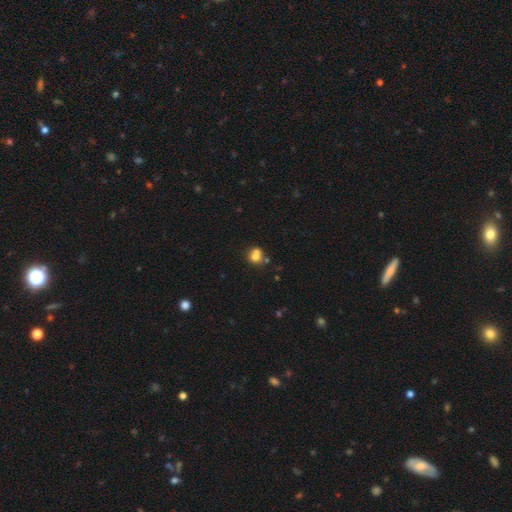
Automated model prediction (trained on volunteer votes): Q: Smooth or featured?
A: smooth (73%); runner-up: featured or disk (15%)
Q: How rounded?
A: round (74%); runner-up: in between (25%)
Q: Merging?
A: none (44%); runner-up: merger (36%)